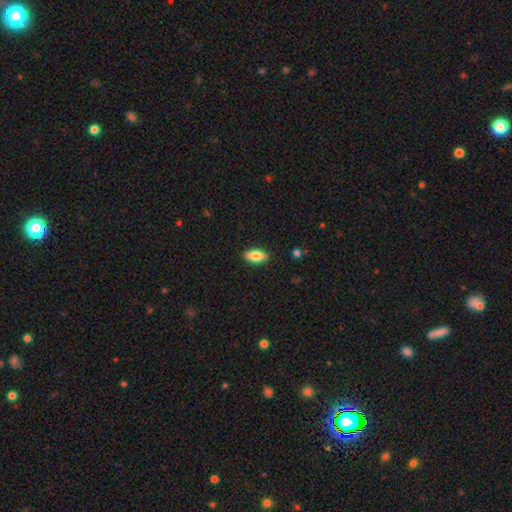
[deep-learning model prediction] This is likely a smooth galaxy (71%). How rounded: clearly in between (80%). Merging: clearly none (89%).